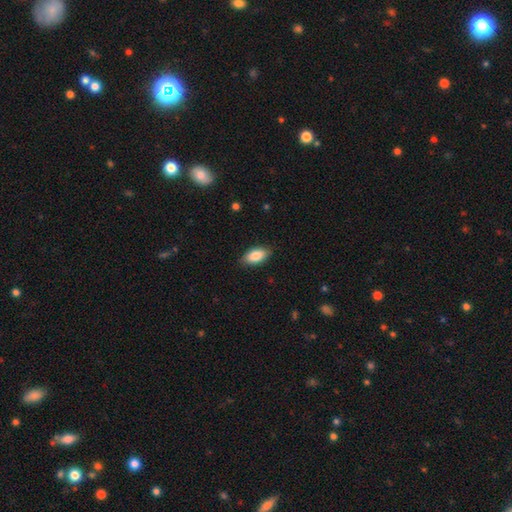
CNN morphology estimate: This is clearly a smooth galaxy (86%). How rounded: clearly in between (91%). Merging: clearly none (85%).